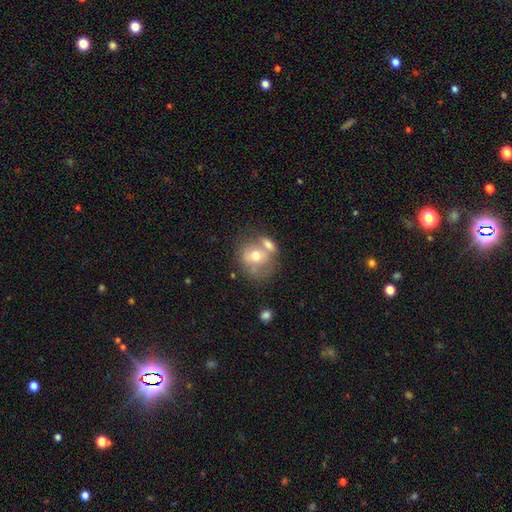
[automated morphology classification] Smooth or featured?
  - smooth: 57% *
  - featured or disk: 35%
  - star or artifact: 8%
How rounded?
  - round: 68% *
  - in between: 31%
  - cigar-shaped: 1%
Merging?
  - merger: 41% *
  - none: 36%
  - minor disturbance: 14%
  - major disturbance: 8%